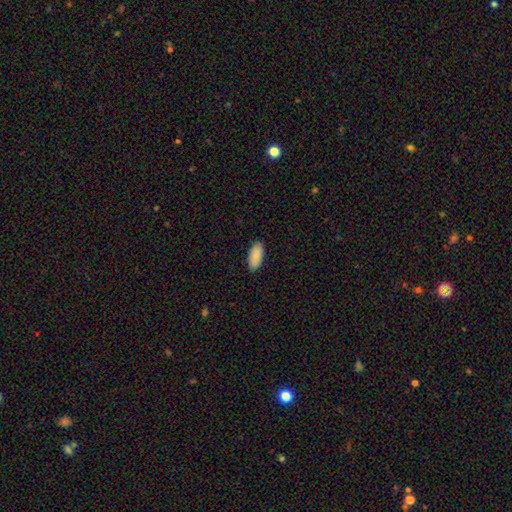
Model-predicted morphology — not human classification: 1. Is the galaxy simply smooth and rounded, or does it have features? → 90% smooth, 6% star or artifact, 5% featured or disk.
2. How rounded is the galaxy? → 91% in between, 7% cigar-shaped, 2% round.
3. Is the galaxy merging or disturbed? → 88% none, 9% minor disturbance, 2% major disturbance, 1% merger.